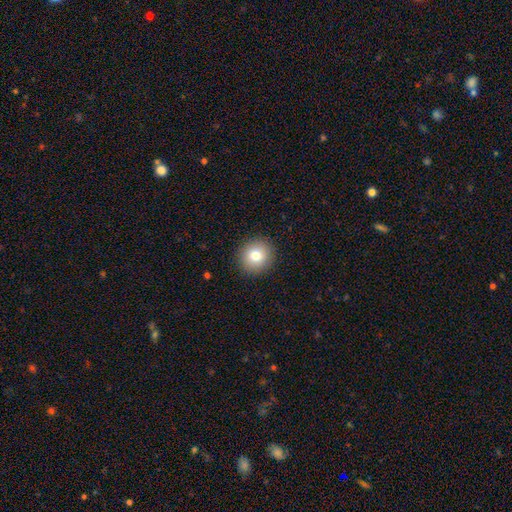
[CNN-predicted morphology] This is likely a smooth galaxy (79%). How rounded: clearly round (90%). Merging: clearly none (91%).